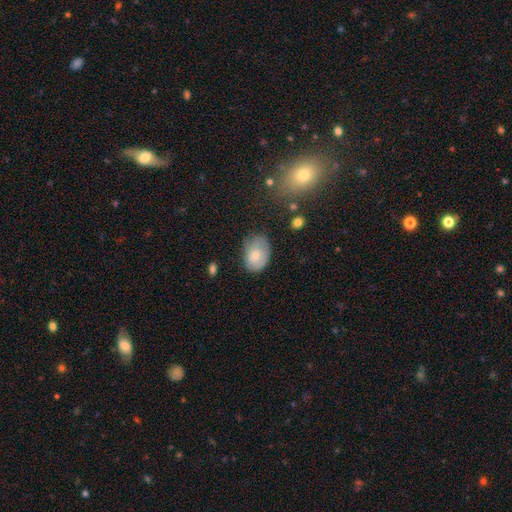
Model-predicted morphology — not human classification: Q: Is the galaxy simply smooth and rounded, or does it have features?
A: smooth — 62%.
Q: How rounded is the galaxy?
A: in between — 76%.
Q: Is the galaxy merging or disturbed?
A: none — 59%.